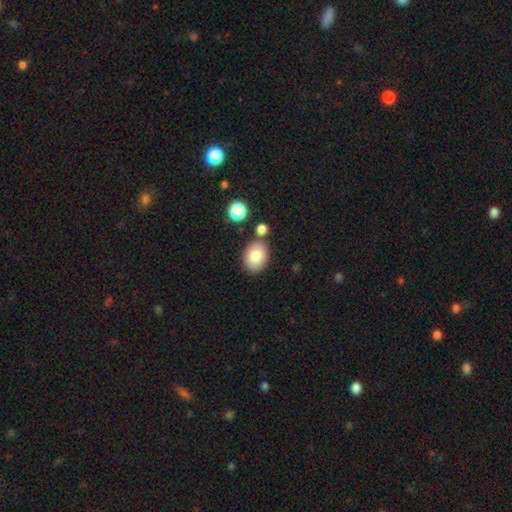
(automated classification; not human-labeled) Smooth or featured: smooth — 81% (featured or disk — 10%)
How rounded: in between — 62% (round — 37%)
Merging: none — 75% (minor disturbance — 11%)